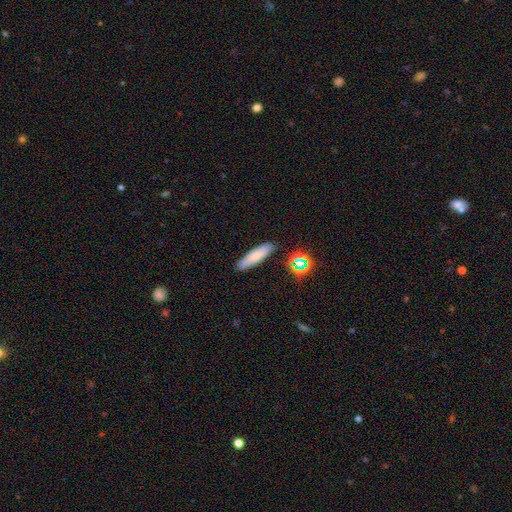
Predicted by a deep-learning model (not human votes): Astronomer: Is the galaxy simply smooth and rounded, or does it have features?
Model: smooth — 75%.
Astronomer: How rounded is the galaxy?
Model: cigar-shaped — 70%.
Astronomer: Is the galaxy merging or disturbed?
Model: none — 86%.